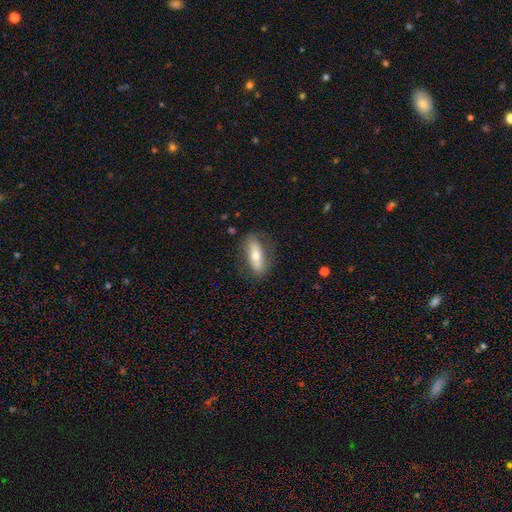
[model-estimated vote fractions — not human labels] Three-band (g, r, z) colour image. It shows a smooth galaxy with no disk features (55%) that is in between round and cigar-shaped (58%). Merging: none (79%).